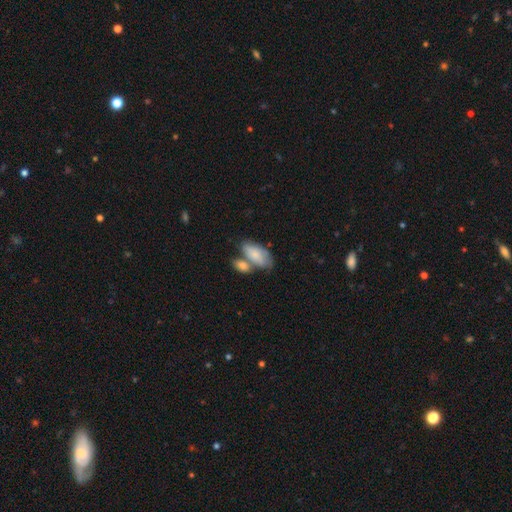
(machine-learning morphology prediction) Smooth or featured?
  - smooth: 74% *
  - featured or disk: 20%
  - star or artifact: 6%
How rounded?
  - in between: 92% *
  - cigar-shaped: 5%
  - round: 4%
Merging?
  - merger: 49% *
  - none: 28%
  - minor disturbance: 16%
  - major disturbance: 7%